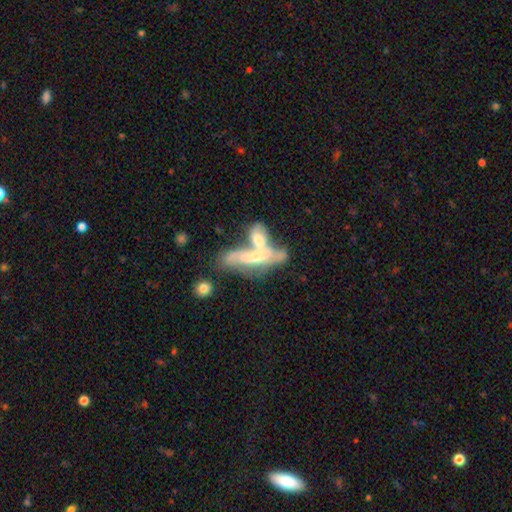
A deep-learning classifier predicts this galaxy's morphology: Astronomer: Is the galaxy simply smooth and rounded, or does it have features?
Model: featured or disk — 55% (runner-up: smooth, 36%).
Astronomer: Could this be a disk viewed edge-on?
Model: no — 59% (runner-up: yes, 41%).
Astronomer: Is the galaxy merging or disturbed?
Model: merger — 60%.